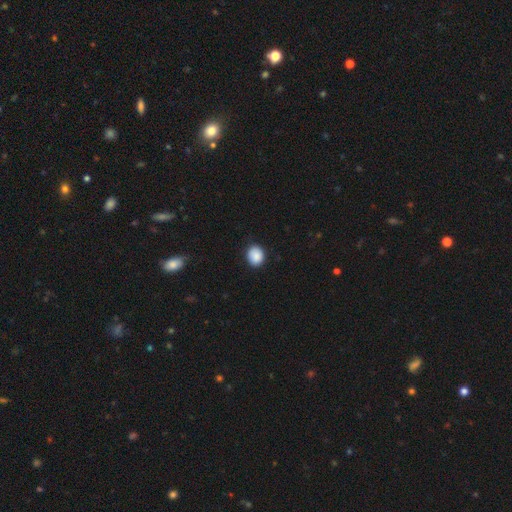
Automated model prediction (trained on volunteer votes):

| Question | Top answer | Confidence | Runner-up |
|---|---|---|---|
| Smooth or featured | smooth | 89% | star or artifact (8%) |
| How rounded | round | 62% | in between (37%) |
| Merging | none | 88% | minor disturbance (9%) |